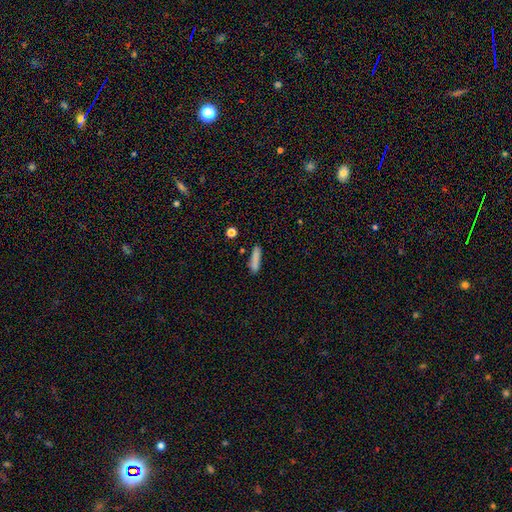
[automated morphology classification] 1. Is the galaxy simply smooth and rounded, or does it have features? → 82% smooth, 9% star or artifact, 8% featured or disk.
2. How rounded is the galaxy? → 81% cigar-shaped, 17% in between, 2% round.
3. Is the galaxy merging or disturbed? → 82% none, 12% minor disturbance, 3% merger, 3% major disturbance.